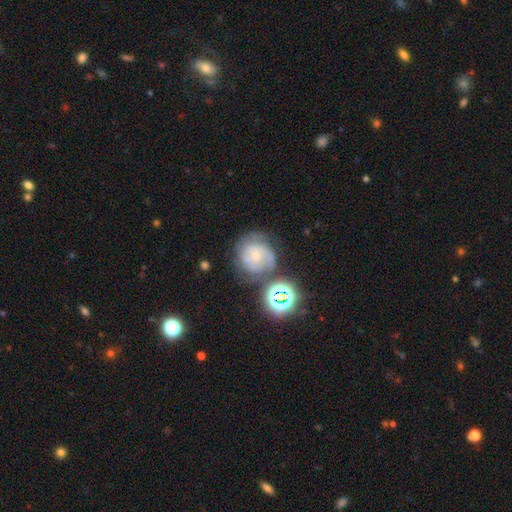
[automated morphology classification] The model was most divided on "smooth or featured": featured or disk: 58%, smooth: 27%, star or artifact: 15%. More confident: edge-on disk — no (97%); spiral arms — yes (84%); bar — no (67%); bulge size — small (64%); merging — none (53%).